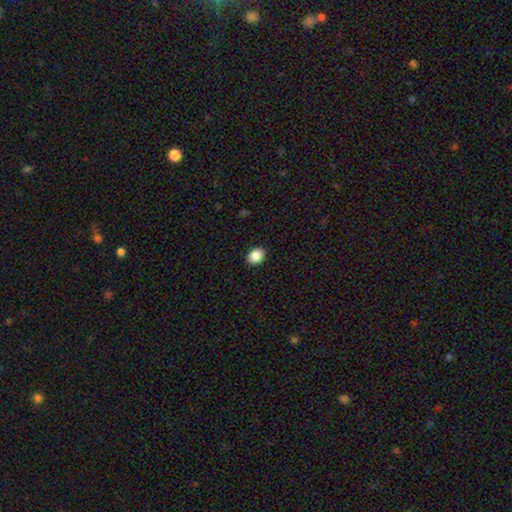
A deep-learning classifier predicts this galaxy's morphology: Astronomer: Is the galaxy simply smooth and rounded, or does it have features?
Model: smooth — 88%.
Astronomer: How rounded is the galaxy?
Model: in between — 56% (runner-up: round, 43%).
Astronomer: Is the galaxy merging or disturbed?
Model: none — 91%.